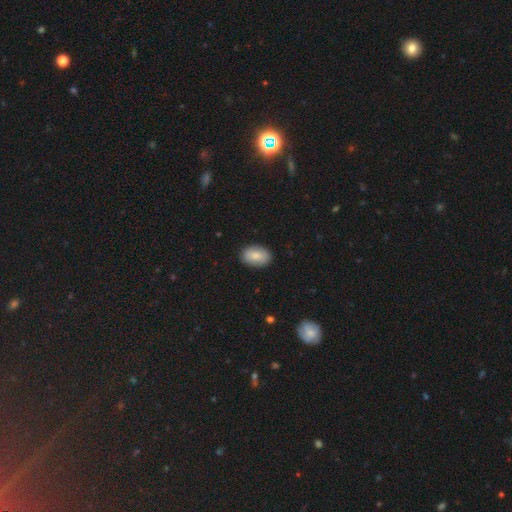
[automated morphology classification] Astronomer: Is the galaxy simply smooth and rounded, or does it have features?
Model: smooth — 80%.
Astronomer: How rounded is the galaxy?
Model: in between — 83%.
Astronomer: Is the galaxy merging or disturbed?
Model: none — 88%.